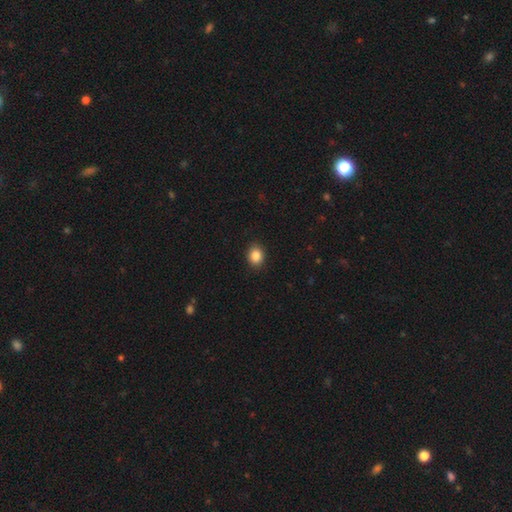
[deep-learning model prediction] Morphology: type=smooth (86%); roundness=round (58%); merging=none (90%).